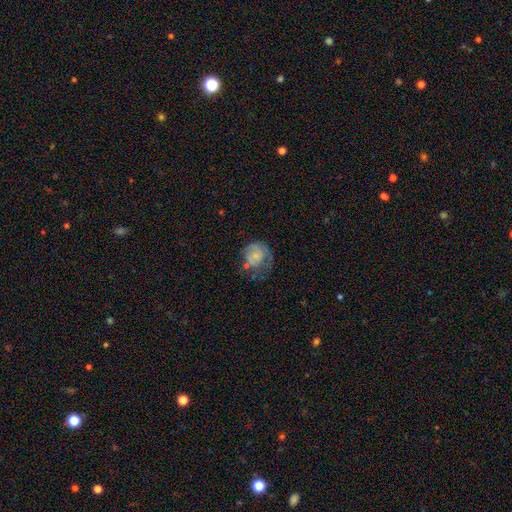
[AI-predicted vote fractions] Smooth or featured? smooth (47%)
Merging? major disturbance (34%, tied with none)